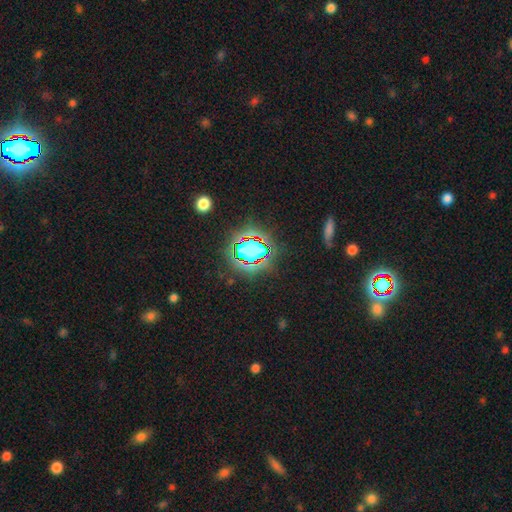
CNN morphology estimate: The model was most divided on "smooth or featured": star or artifact: 79%, smooth: 13%, featured or disk: 8%.